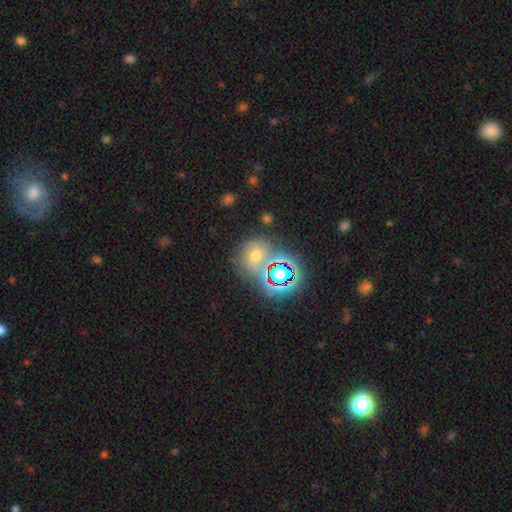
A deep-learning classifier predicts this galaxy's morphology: smooth 49%, star or artifact 37%, featured or disk 15%. Down the decision tree: merging — none (62%).